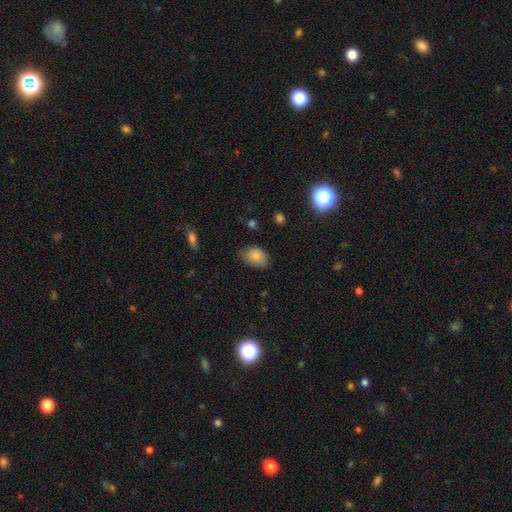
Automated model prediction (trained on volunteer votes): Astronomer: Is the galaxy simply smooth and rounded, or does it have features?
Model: smooth — 82%.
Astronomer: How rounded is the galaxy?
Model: in between — 75%.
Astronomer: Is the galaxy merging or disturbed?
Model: none — 63%.